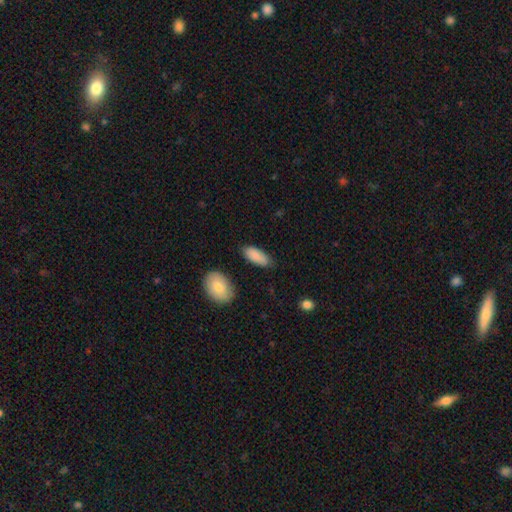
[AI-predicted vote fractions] Smooth or featured?
  - smooth: 88% *
  - star or artifact: 6%
  - featured or disk: 6%
How rounded?
  - in between: 85% *
  - cigar-shaped: 13%
  - round: 2%
Merging?
  - none: 77% *
  - minor disturbance: 17%
  - major disturbance: 3%
  - merger: 3%